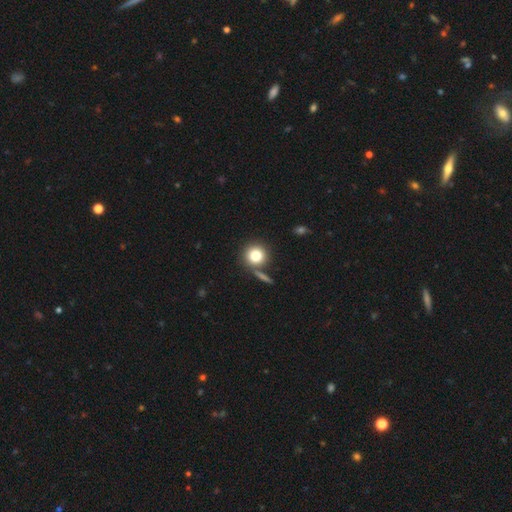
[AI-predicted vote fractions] Smooth or featured?
  - smooth: 80% *
  - star or artifact: 11%
  - featured or disk: 9%
How rounded?
  - round: 92% *
  - in between: 7%
  - cigar-shaped: 1%
Merging?
  - none: 74% *
  - merger: 12%
  - minor disturbance: 10%
  - major disturbance: 4%